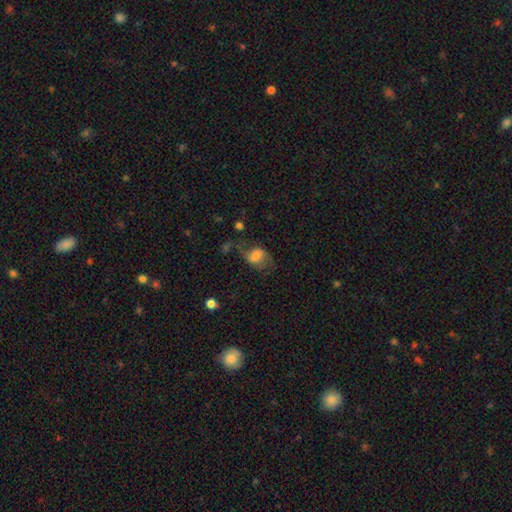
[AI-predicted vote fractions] This appears to be a smooth galaxy with no disk features (53%) that is in between round and cigar-shaped (69%). Merging: none (39%).